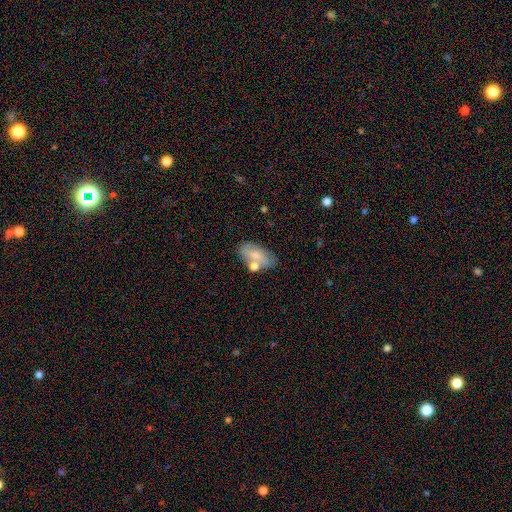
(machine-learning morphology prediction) Q: Smooth or featured?
A: smooth (70%); runner-up: featured or disk (23%)
Q: How rounded?
A: in between (90%); runner-up: cigar-shaped (5%)
Q: Merging?
A: none (58%); runner-up: minor disturbance (19%)